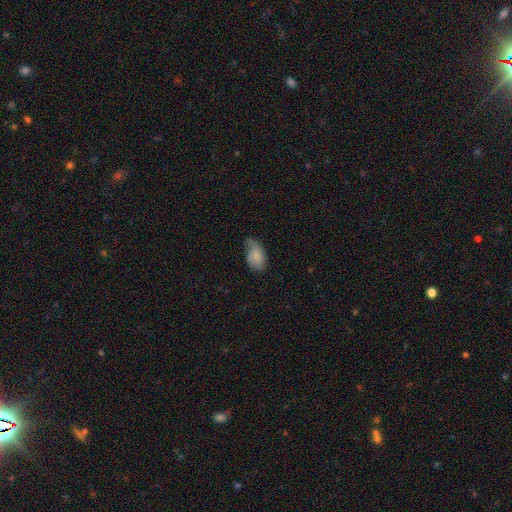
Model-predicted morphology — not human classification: A smooth galaxy with no disk features (77%) that is in between round and cigar-shaped (92%). Merging: none (42%).